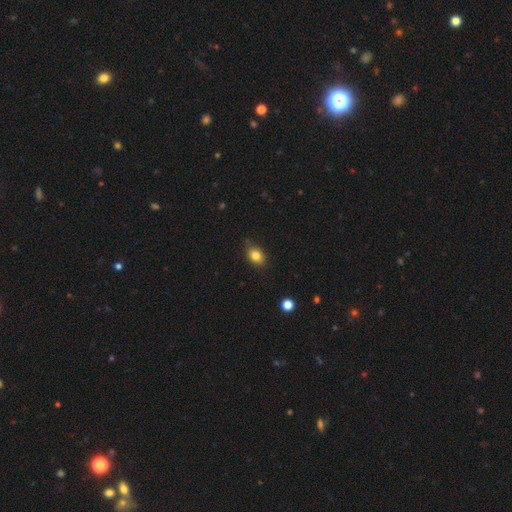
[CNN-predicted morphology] Smooth or featured? Predicted: smooth (p=0.83). How rounded? Predicted: in between (p=0.67). Merging? Predicted: none (p=0.80).